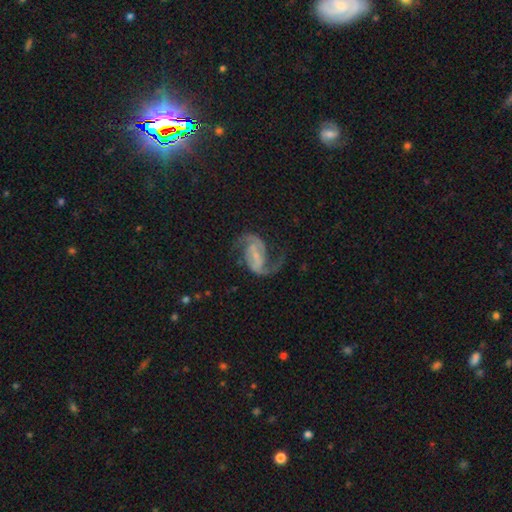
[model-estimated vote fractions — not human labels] Smooth or featured: featured or disk — 90% (star or artifact — 5%)
Edge-on disk: no — 98% (yes — 2%)
Bar: weak — 42% (strong — 37%)
Spiral arms: yes — 97% (no — 3%)
Spiral winding: medium — 51% (loose — 37%)
Spiral arm count: 2 — 93% (1 — 2%)
Bulge size: small — 55% (none — 26%)
Merging: none — 70% (major disturbance — 14%)